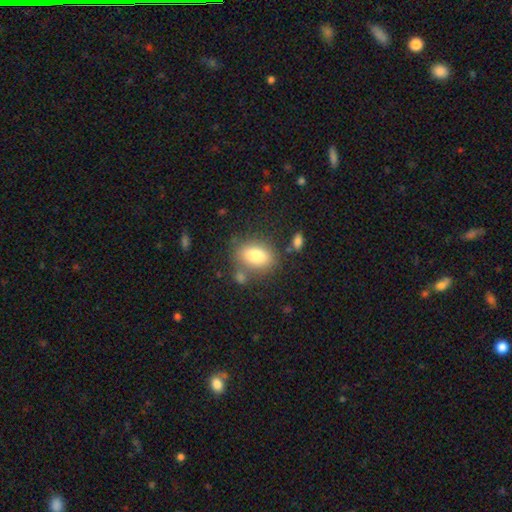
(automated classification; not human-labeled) Smooth or featured? Predicted: smooth (p=0.81). How rounded? Predicted: in between (p=0.82). Merging? Predicted: none (p=0.73).